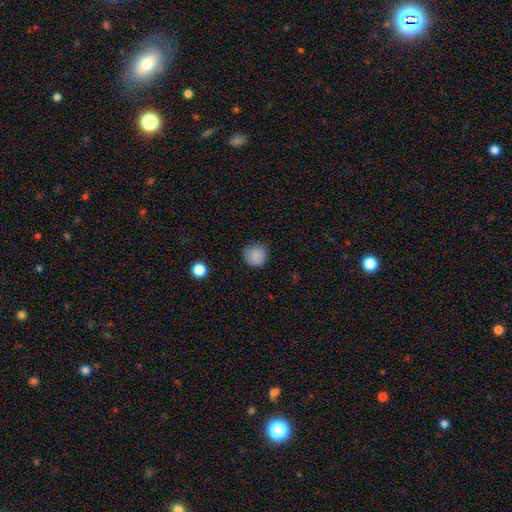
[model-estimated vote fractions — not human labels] Smooth or featured: smooth — 88% (star or artifact — 9%)
How rounded: round — 94% (in between — 5%)
Merging: none — 88% (minor disturbance — 9%)